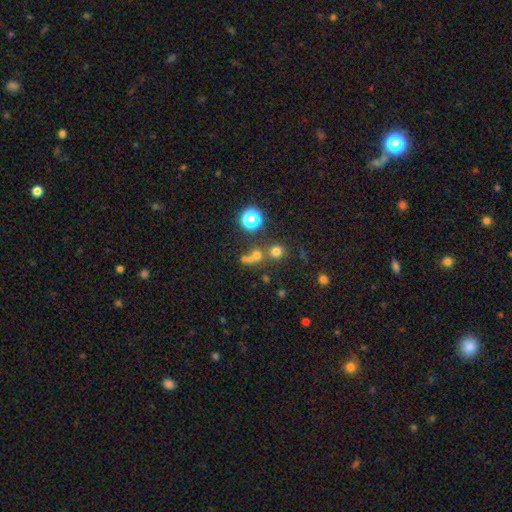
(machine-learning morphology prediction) The model was most divided on "merging": none: 53%, merger: 36%, minor disturbance: 7%, major disturbance: 4%. More confident: how rounded — round (86%); smooth or featured — smooth (61%).